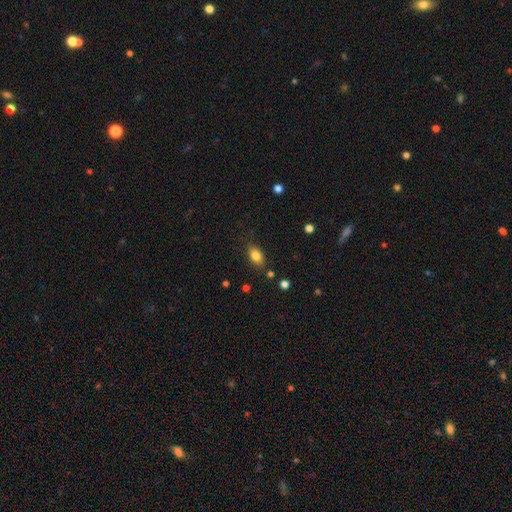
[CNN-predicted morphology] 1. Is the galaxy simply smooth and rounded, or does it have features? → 82% smooth, 9% star or artifact, 9% featured or disk.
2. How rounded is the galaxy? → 84% in between, 13% round, 3% cigar-shaped.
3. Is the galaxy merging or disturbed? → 81% none, 13% minor disturbance, 3% major disturbance, 2% merger.